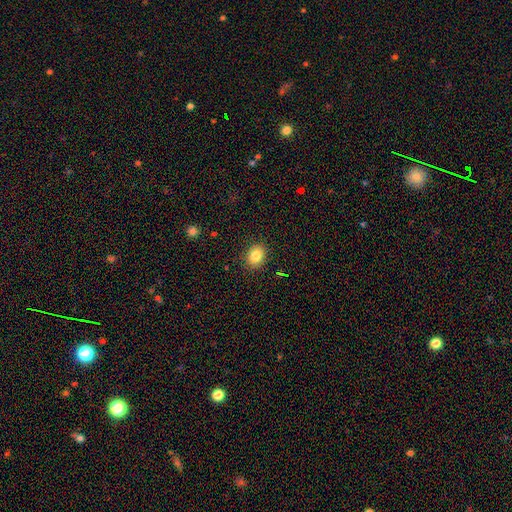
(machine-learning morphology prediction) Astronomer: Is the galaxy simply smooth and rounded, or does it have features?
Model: smooth — 83%.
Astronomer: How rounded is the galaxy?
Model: in between — 52% (runner-up: round, 47%).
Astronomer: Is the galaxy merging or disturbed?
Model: none — 88%.